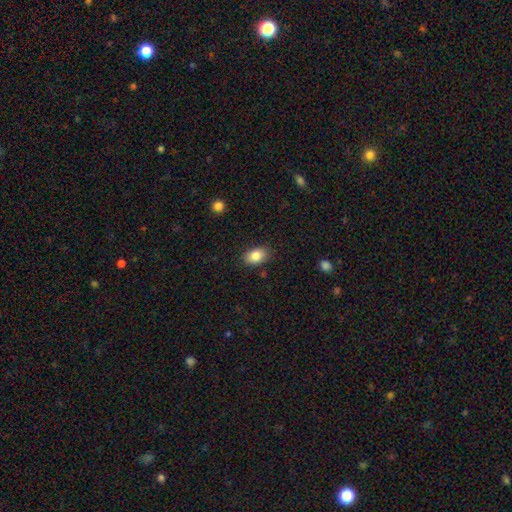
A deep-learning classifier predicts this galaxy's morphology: This is clearly a smooth galaxy (85%). How rounded: clearly in between (86%). Merging: clearly none (85%).